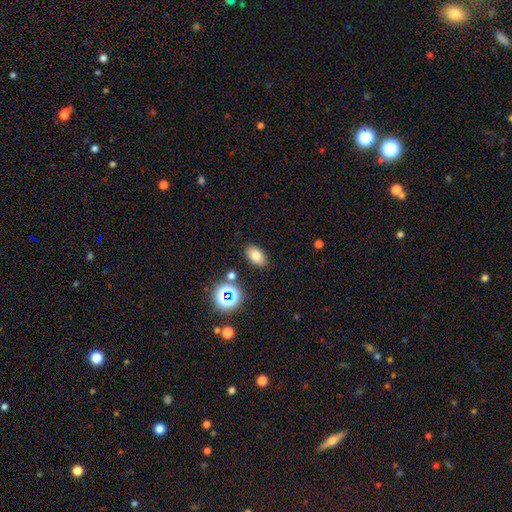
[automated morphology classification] Smooth or featured?
  - smooth: 75% *
  - star or artifact: 15%
  - featured or disk: 11%
How rounded?
  - in between: 88% *
  - round: 10%
  - cigar-shaped: 2%
Merging?
  - none: 84% *
  - minor disturbance: 10%
  - merger: 4%
  - major disturbance: 3%